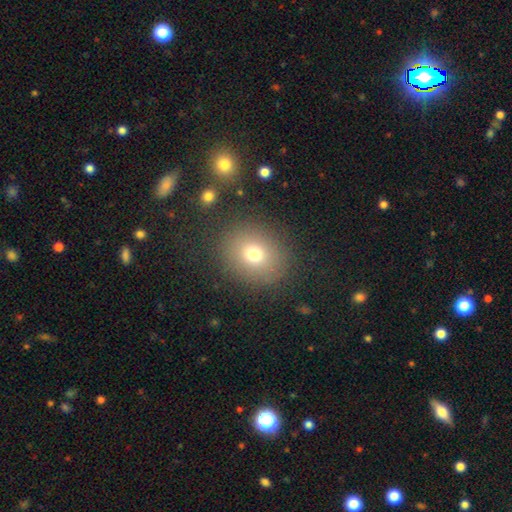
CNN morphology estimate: smooth_or_featured: smooth (p=0.62) [alt: star or artifact p=0.28]
how_rounded: round (p=0.72) [alt: in between p=0.27]
merging: none (p=0.88) [alt: minor disturbance p=0.06]